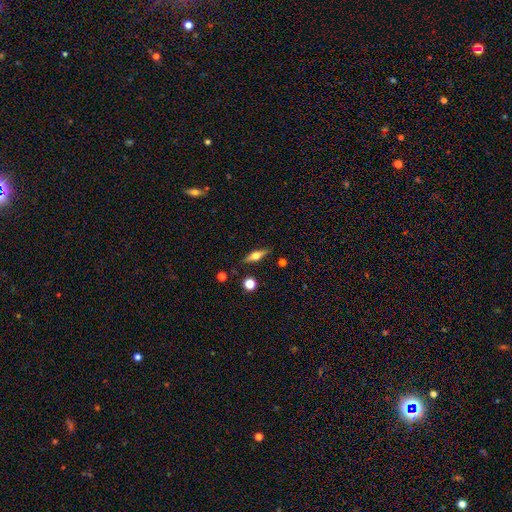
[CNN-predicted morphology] Smooth or featured? Predicted: featured or disk (p=0.54). Edge-on disk? Predicted: yes (p=0.93). Edge-on bulge? Predicted: rounded (p=0.93). Merging? Predicted: none (p=0.86).